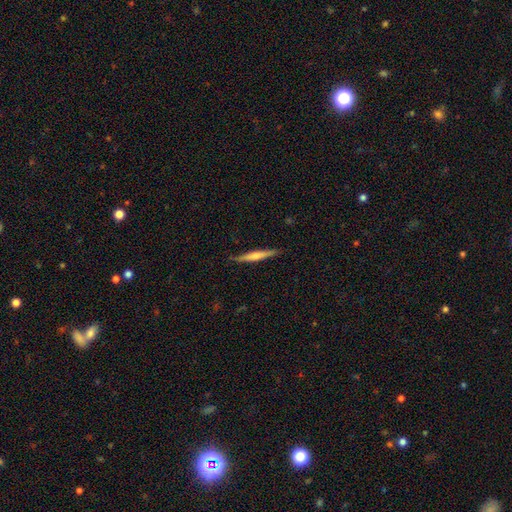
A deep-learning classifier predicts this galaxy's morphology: The model was most divided on "smooth or featured": featured or disk: 50%, smooth: 45%, star or artifact: 5%. More confident: merging — none (87%).